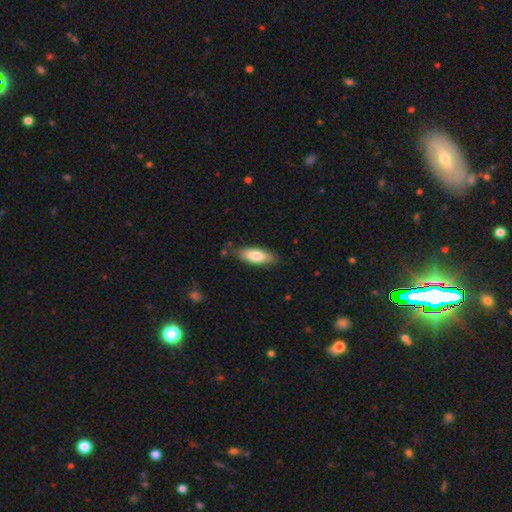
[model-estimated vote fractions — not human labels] This appears to be a smooth galaxy with no disk features (77%) that is in between round and cigar-shaped (66%). Merging: none (82%).